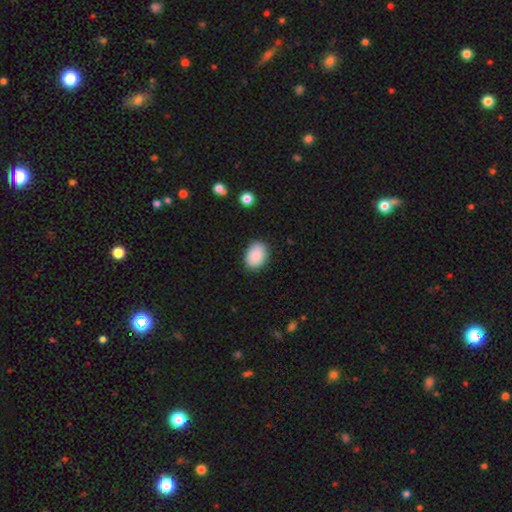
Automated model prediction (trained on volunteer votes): smooth 88%, star or artifact 7%, featured or disk 5%. Down the decision tree: how rounded — in between (76%); merging — none (84%).